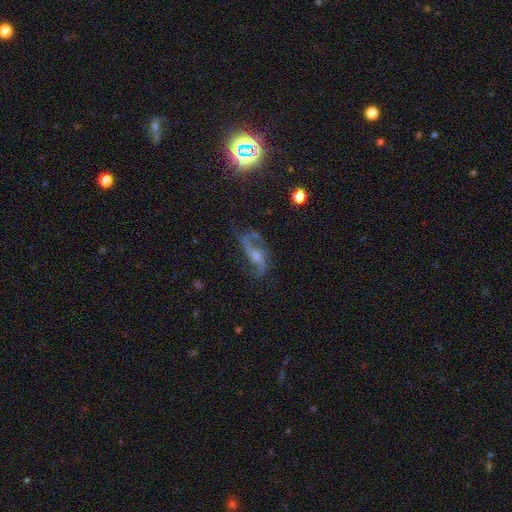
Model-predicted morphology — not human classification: Smooth or featured? featured or disk (80%)
Edge-on disk? no (93%)
Bar? no (45%)
Spiral arms? yes (93%)
Spiral winding? loose (74%)
Spiral arm count? 2 (87%)
Bulge size? small (51%)
Merging? none (63%)